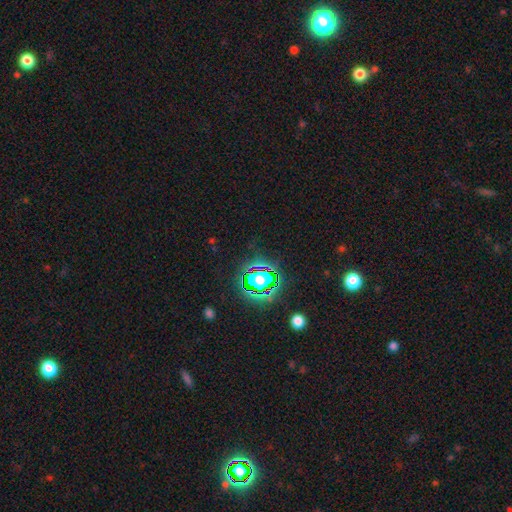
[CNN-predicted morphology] This is likely a star or artifact rather than a galaxy (78%).